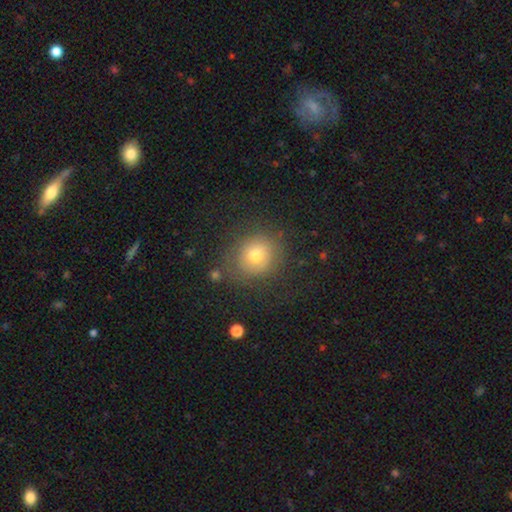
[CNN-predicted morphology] type=smooth (69%); roundness=round (81%); merging=none (76%).